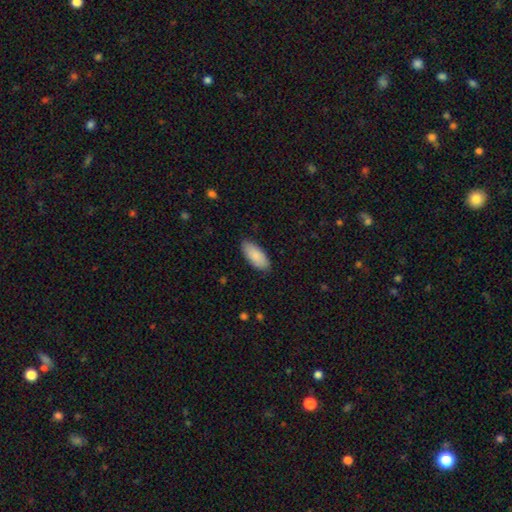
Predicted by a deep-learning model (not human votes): smooth_or_featured: smooth (p=0.87) [alt: featured or disk p=0.07]
how_rounded: in between (p=0.88) [alt: cigar-shaped p=0.10]
merging: none (p=0.85) [alt: minor disturbance p=0.12]